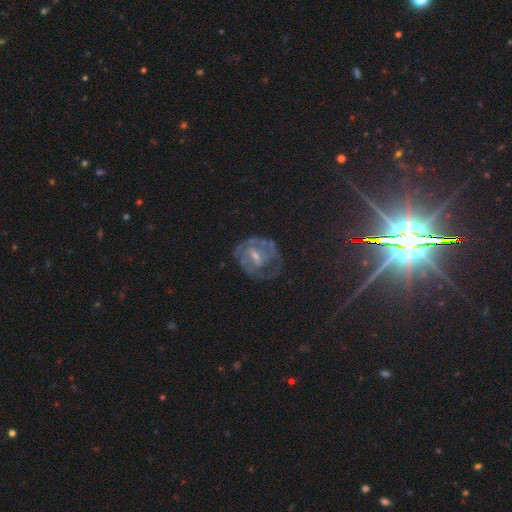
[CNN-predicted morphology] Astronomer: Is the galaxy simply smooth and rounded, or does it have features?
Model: featured or disk — 69%.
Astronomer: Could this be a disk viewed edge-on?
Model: no — 96%.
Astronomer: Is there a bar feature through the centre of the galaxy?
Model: weak — 50%.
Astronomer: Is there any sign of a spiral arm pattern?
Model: yes — 84%.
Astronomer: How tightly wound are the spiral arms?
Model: tight — 56% (runner-up: medium, 34%).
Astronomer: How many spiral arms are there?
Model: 2 — 39% (runner-up: can't tell, 36%).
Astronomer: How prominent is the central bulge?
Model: small — 55% (runner-up: moderate, 36%).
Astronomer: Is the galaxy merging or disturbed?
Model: none — 66%.